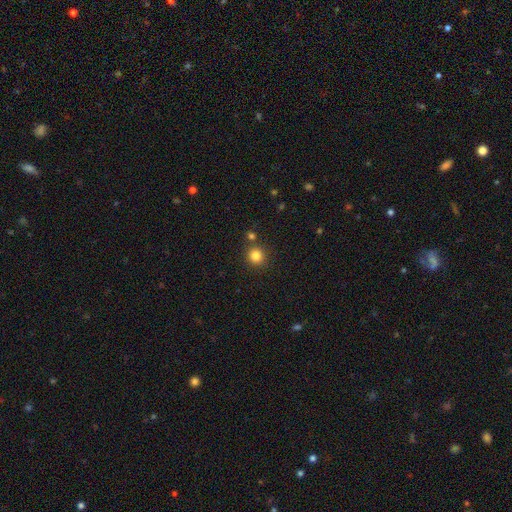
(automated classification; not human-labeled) smooth_or_featured: smooth (p=0.83) [alt: star or artifact p=0.12]
how_rounded: round (p=0.92) [alt: in between p=0.07]
merging: none (p=0.83) [alt: merger p=0.08]